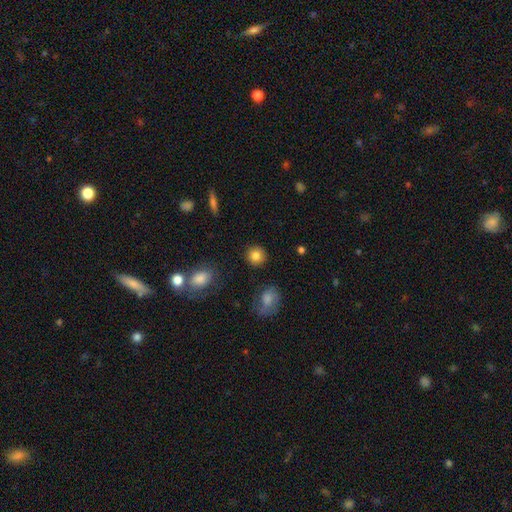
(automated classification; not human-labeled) The model was most divided on "smooth or featured": smooth: 84%, star or artifact: 10%, featured or disk: 7%. More confident: how rounded — round (90%); merging — none (89%).